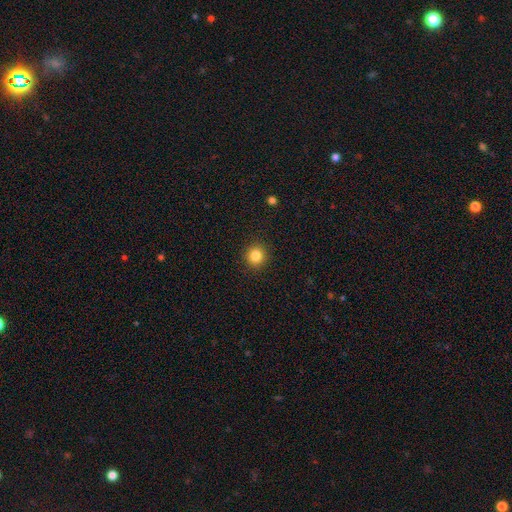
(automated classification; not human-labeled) This is clearly a smooth galaxy (83%). How rounded: clearly round (94%). Merging: clearly none (92%).